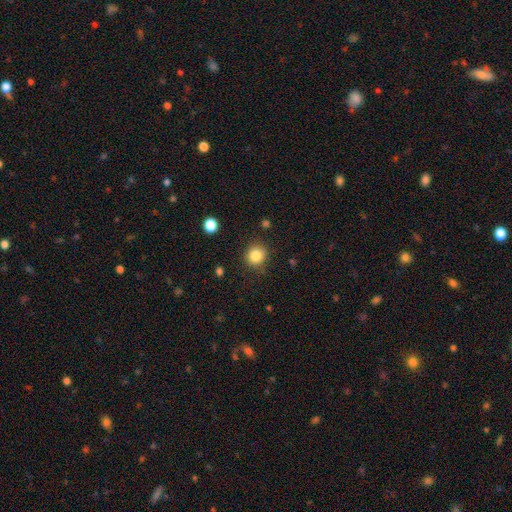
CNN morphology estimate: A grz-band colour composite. It shows a smooth galaxy with no disk features (84%) that is round (89%). Merging: none (86%).